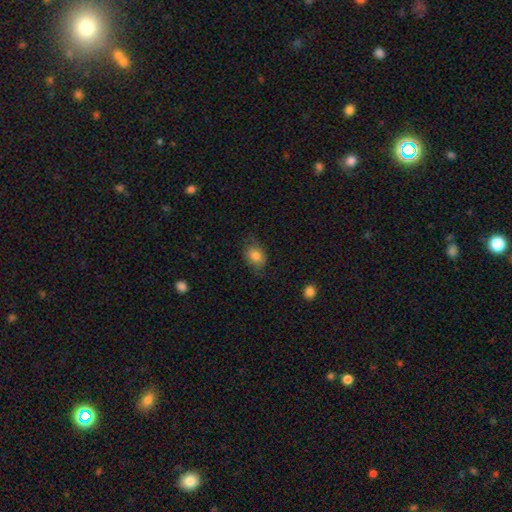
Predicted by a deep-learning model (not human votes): Smooth or featured?
  - smooth: 79% *
  - featured or disk: 13%
  - star or artifact: 8%
How rounded?
  - in between: 70% *
  - round: 28%
  - cigar-shaped: 1%
Merging?
  - none: 69% *
  - minor disturbance: 23%
  - major disturbance: 7%
  - merger: 1%